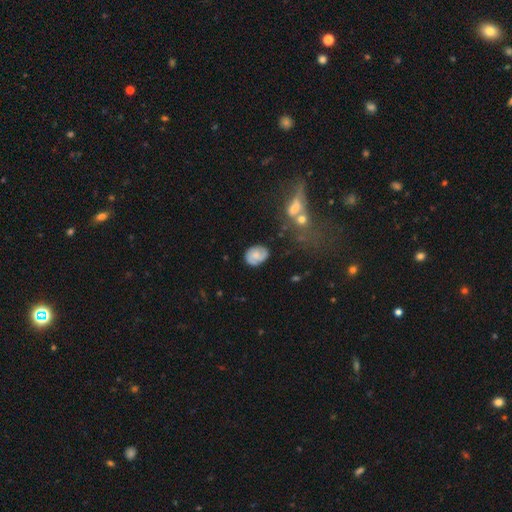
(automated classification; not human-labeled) Smooth or featured? Predicted: featured or disk (p=0.48). Merging? Predicted: none (p=0.76).